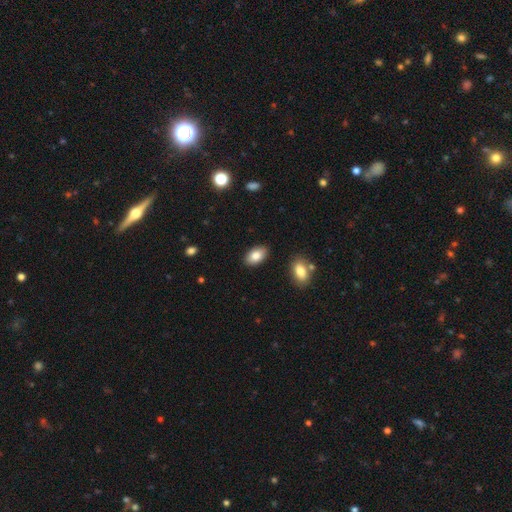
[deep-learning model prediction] Smooth or featured? smooth (84%)
How rounded? in between (93%)
Merging? none (88%)